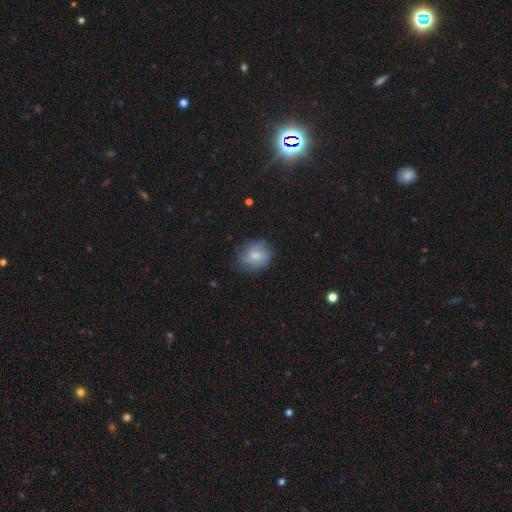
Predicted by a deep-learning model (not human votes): This appears to be a smooth galaxy with no disk features (63%) that is round (55%). Merging: none (68%).